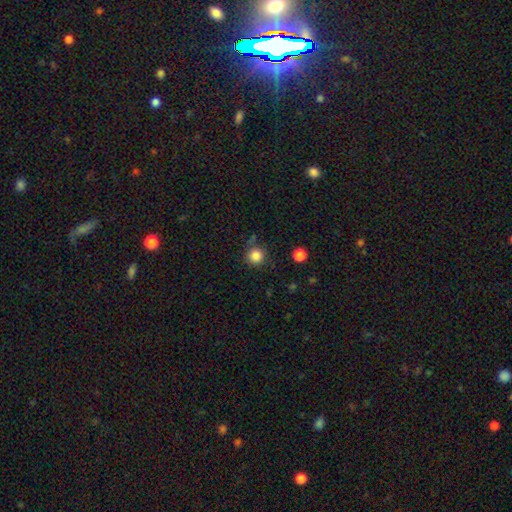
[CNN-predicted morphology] Overall: smooth (84%). How rounded: round (94%). Merging: none (81%).